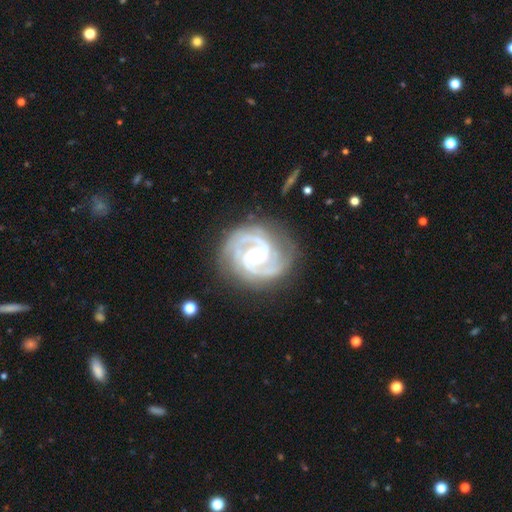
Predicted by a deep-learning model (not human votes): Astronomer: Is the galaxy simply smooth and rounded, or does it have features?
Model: featured or disk — 93%.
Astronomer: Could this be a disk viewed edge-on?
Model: no — 98%.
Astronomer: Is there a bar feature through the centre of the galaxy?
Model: weak — 42% (runner-up: no, 38%).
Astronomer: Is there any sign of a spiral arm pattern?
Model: yes — 99%.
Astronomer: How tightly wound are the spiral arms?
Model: tight — 53% (runner-up: medium, 42%).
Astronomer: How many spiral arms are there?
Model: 2 — 76%.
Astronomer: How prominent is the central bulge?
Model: small — 64%.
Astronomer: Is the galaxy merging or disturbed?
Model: none — 78%.